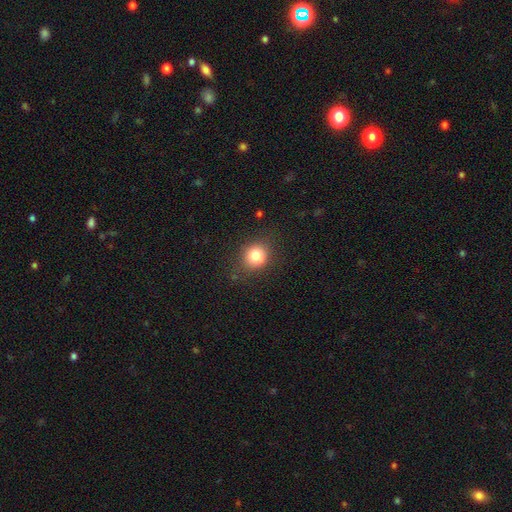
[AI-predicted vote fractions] This appears to be a smooth galaxy with no disk features (80%) that is round (78%). Merging: none (81%).